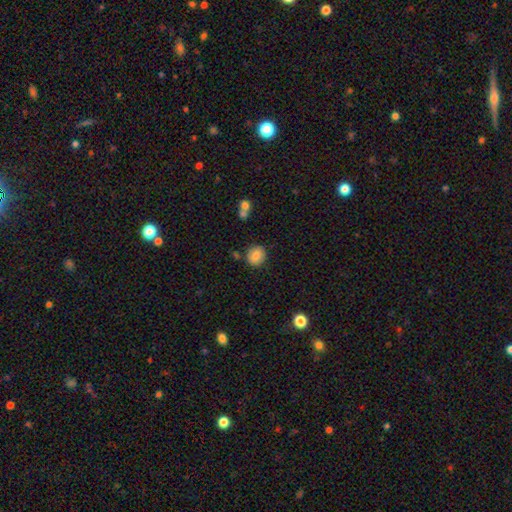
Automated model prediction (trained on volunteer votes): The model was most divided on "how rounded": round: 79%, in between: 20%, cigar-shaped: 1%. More confident: smooth or featured — smooth (85%); merging — none (81%).